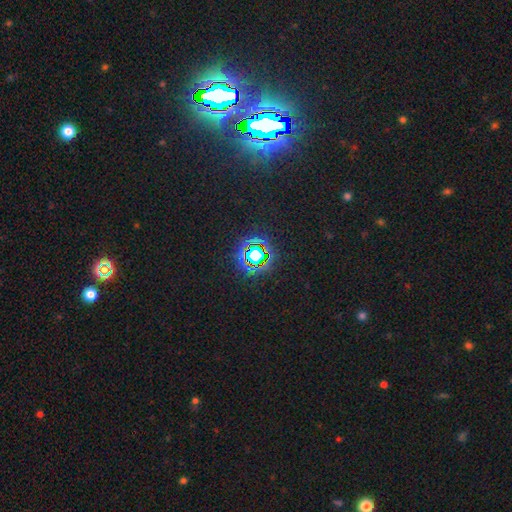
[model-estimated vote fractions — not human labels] Overall: star or artifact (71%).